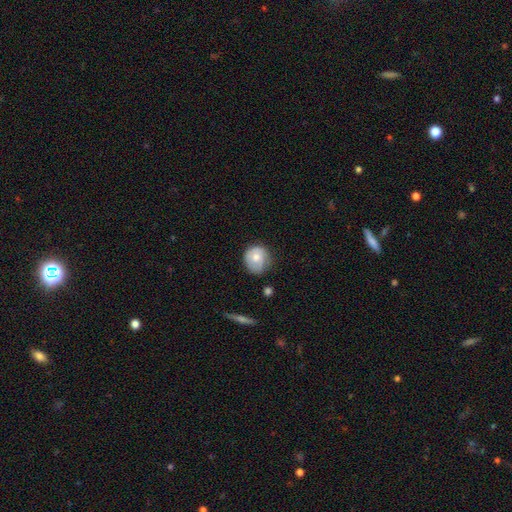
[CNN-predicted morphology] Overall: smooth (66%; featured or disk 27%). How rounded: round (77%). Merging: none (60%; minor disturbance 30%).